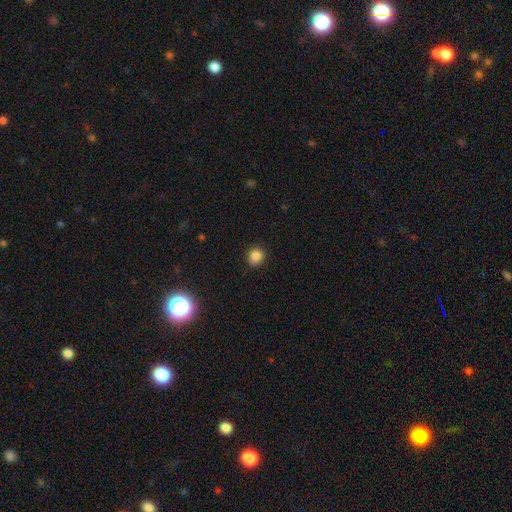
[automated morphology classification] smooth-or-featured: smooth: 83% | star or artifact: 12% | featured or disk: 5%
  how-rounded: round: 83% | in between: 16% | cigar-shaped: 1%
  merging: none: 83% | minor disturbance: 13% | major disturbance: 3% | merger: 1%